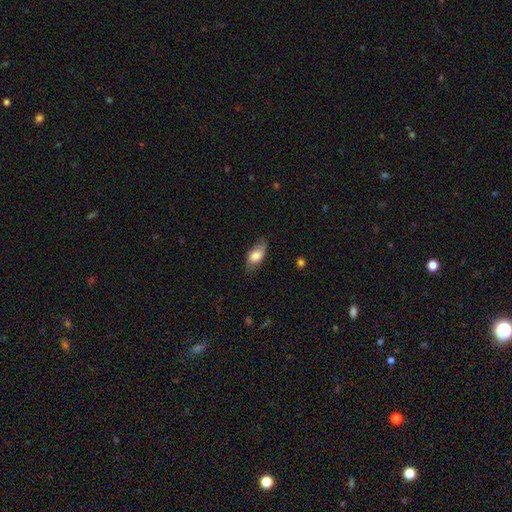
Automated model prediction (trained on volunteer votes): A smooth galaxy with no disk features (72%) that is in between round and cigar-shaped (86%).

Vote fractions:
- Smooth or featured? smooth: 72% / featured or disk: 22% / star or artifact: 7%
- How rounded? in between: 86% / cigar-shaped: 8% / round: 5%
- Merging? none: 71% / minor disturbance: 23% / major disturbance: 5% / merger: 1%